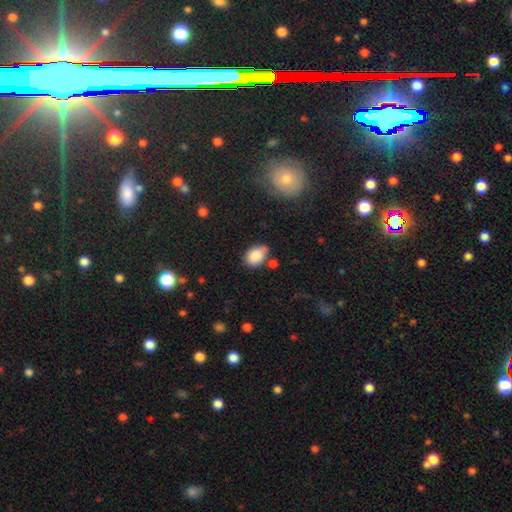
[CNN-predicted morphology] A smooth galaxy with no disk features (86%) that is in between round and cigar-shaped (78%). Merging: none (61%).